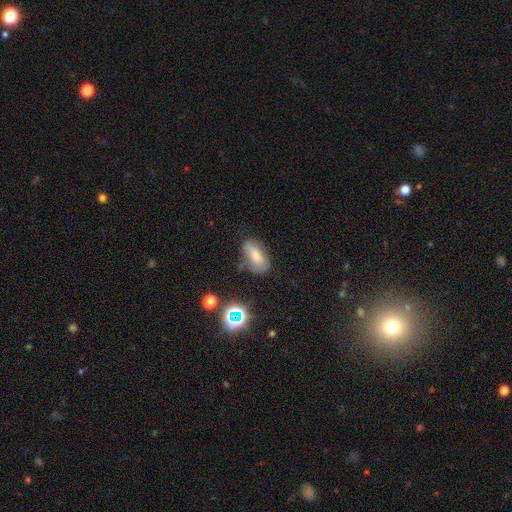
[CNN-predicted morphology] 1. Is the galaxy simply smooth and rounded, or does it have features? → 69% smooth, 19% featured or disk, 12% star or artifact.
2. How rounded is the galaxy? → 88% in between, 6% round, 6% cigar-shaped.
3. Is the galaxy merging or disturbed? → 69% none, 21% minor disturbance, 6% major disturbance, 4% merger.